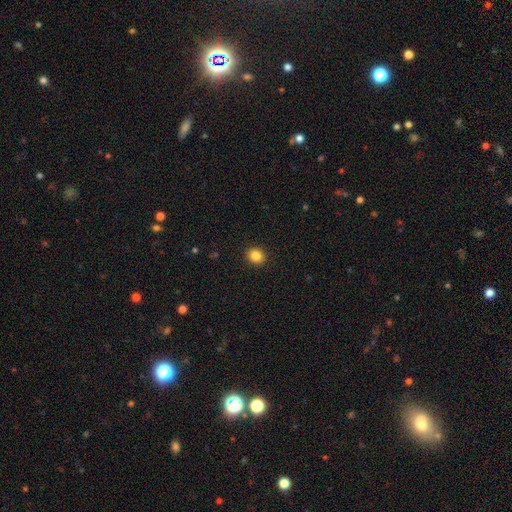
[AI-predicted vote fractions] Smooth or featured: smooth — 85% (star or artifact — 11%)
How rounded: round — 81% (in between — 18%)
Merging: none — 93% (minor disturbance — 5%)